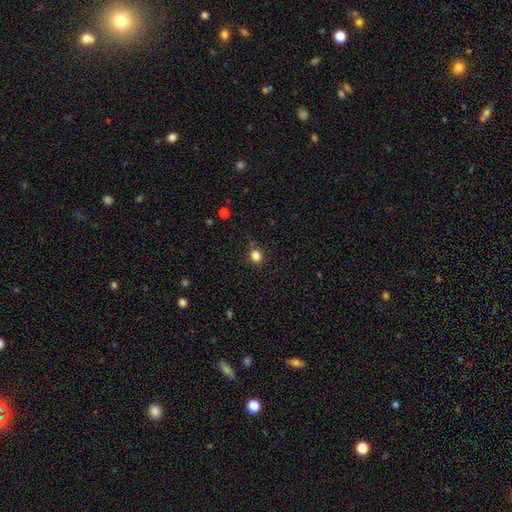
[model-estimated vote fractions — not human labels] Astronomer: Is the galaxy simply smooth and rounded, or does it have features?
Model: smooth — 83%.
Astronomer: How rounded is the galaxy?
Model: round — 83%.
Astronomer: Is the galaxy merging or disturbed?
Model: none — 82%.